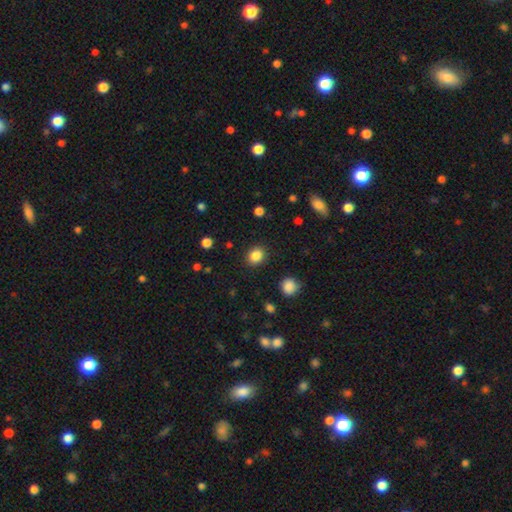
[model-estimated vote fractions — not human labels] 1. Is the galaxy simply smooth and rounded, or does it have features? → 86% smooth, 10% star or artifact, 4% featured or disk.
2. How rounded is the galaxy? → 61% round, 38% in between, 1% cigar-shaped.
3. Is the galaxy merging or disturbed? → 88% none, 7% minor disturbance, 3% major disturbance, 1% merger.